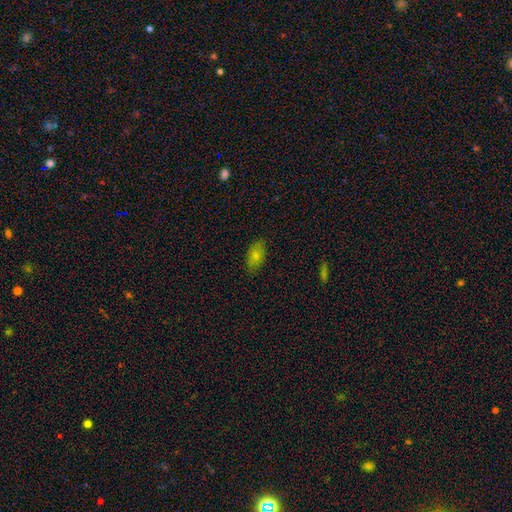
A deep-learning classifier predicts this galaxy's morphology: smooth_or_featured: smooth (p=0.79) [alt: featured or disk p=0.12]
how_rounded: in between (p=0.92) [alt: round p=0.05]
merging: none (p=0.82) [alt: minor disturbance p=0.14]